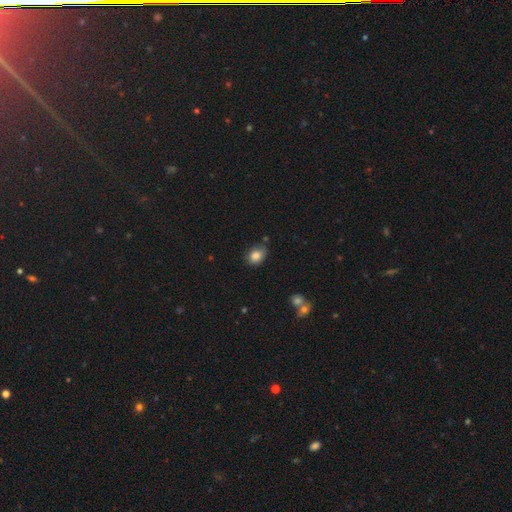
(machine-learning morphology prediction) Smooth or featured? smooth (84%)
How rounded? in between (67%)
Merging? none (67%)